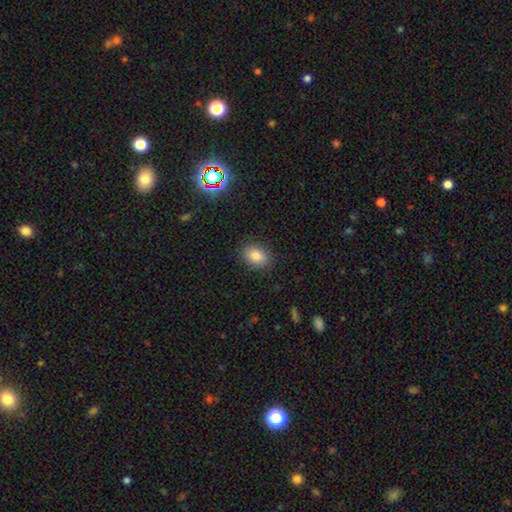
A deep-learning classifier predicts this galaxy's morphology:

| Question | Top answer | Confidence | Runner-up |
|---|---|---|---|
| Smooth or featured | smooth | 84% | star or artifact (10%) |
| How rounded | in between | 78% | round (21%) |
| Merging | none | 86% | minor disturbance (10%) |